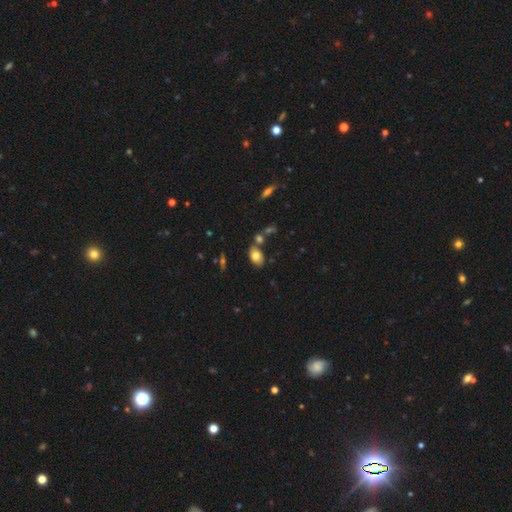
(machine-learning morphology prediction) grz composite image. It shows a smooth galaxy with no disk features (78%) that is in between round and cigar-shaped (91%). Merging: none (65%).